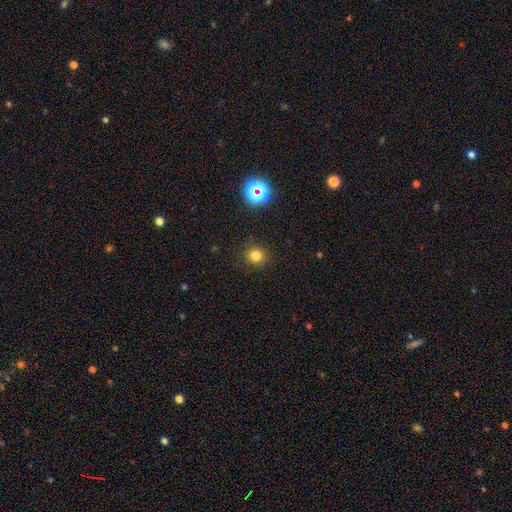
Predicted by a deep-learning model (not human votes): Smooth or featured: smooth — 77% (star or artifact — 17%)
How rounded: round — 89% (in between — 10%)
Merging: none — 89% (minor disturbance — 7%)